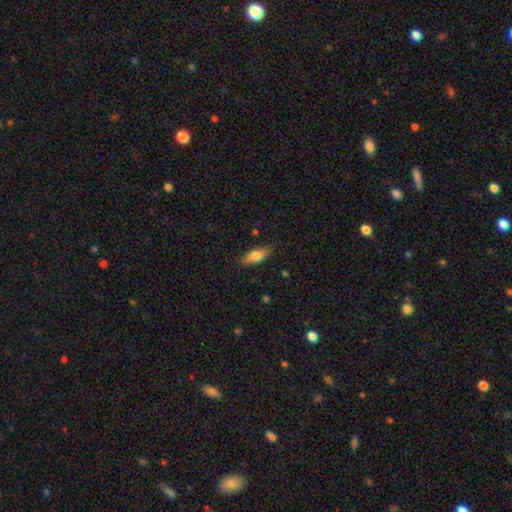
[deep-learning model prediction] Overall: smooth (77%). How rounded: in between (74%). Merging: none (82%).